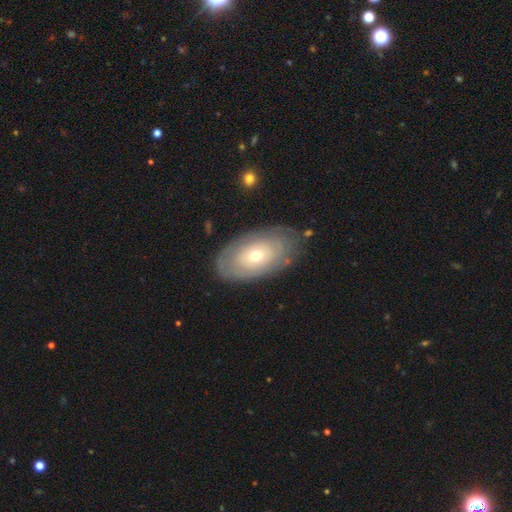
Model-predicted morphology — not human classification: Q: Smooth or featured?
A: featured or disk (54%); runner-up: smooth (40%)
Q: Edge-on disk?
A: no (91%); runner-up: yes (9%)
Q: Merging?
A: none (78%); runner-up: minor disturbance (16%)